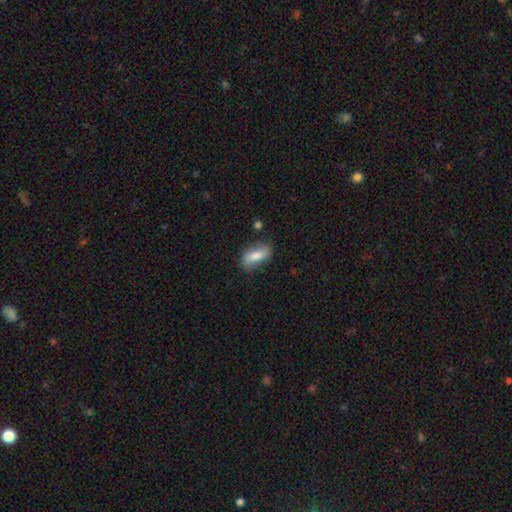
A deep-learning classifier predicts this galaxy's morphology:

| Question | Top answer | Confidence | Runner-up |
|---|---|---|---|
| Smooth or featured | smooth | 59% | featured or disk (34%) |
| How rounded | in between | 83% | cigar-shaped (11%) |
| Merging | none | 71% | minor disturbance (21%) |